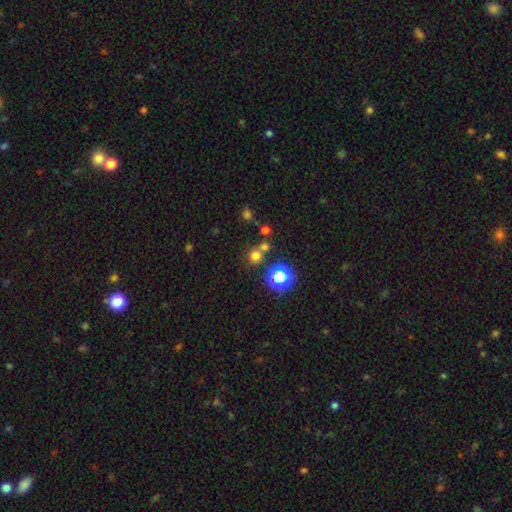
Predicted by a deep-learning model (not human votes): Smooth or featured? smooth (65%)
How rounded? round (89%)
Merging? none (66%)